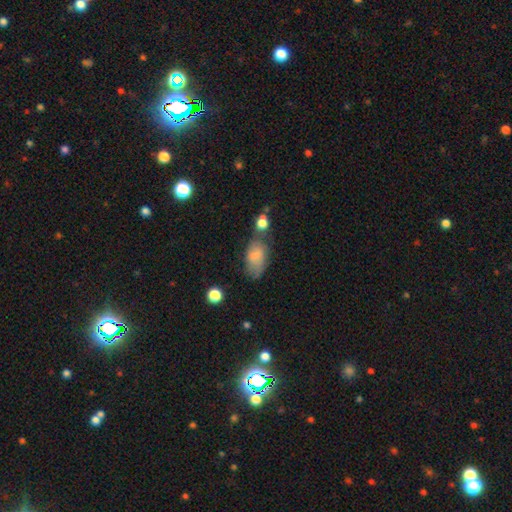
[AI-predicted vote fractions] Smooth or featured? smooth (71%)
How rounded? in between (91%)
Merging? none (41%)